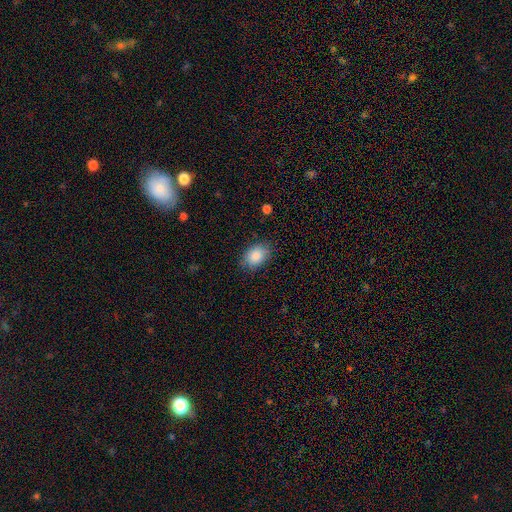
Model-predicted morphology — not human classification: This appears to be a smooth galaxy with no disk features (87%) that is in between round and cigar-shaped (78%). Merging: none (80%).